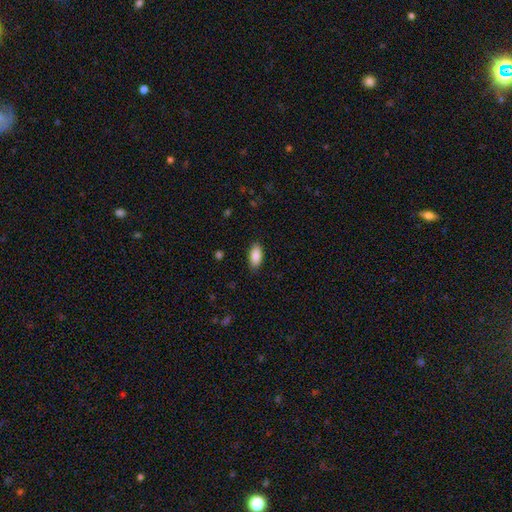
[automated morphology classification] type=smooth (89%); roundness=in between (91%); merging=none (87%).